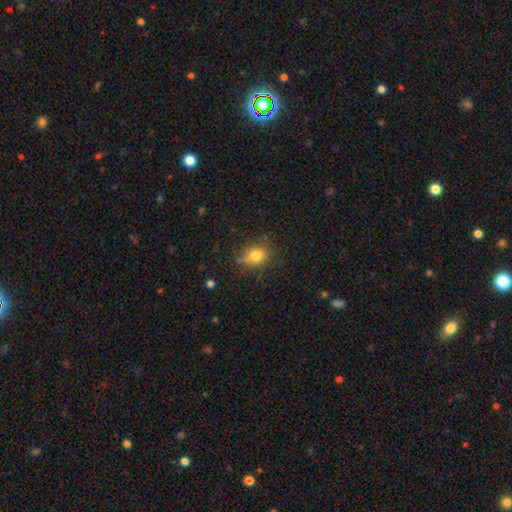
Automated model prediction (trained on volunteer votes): Smooth or featured: smooth — 77% (star or artifact — 13%)
How rounded: round — 56% (in between — 43%)
Merging: none — 66% (minor disturbance — 23%)